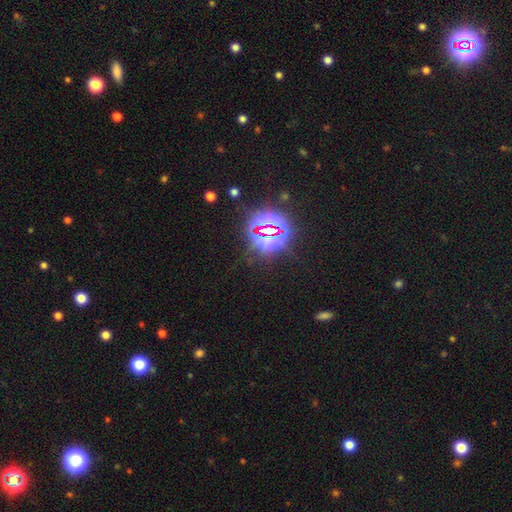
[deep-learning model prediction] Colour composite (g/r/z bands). It shows a star or artifact, not a galaxy (84%).